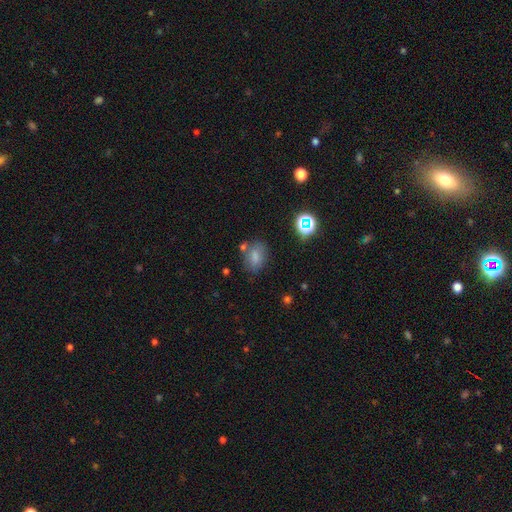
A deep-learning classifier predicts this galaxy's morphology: smooth_or_featured: smooth (p=0.74) [alt: star or artifact p=0.15]
how_rounded: in between (p=0.76) [alt: round p=0.22]
merging: none (p=0.66) [alt: minor disturbance p=0.18]